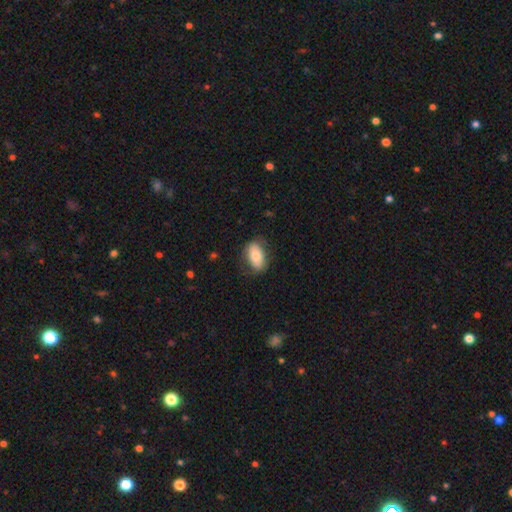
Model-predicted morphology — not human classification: Smooth or featured? smooth (73%)
How rounded? in between (90%)
Merging? none (76%)